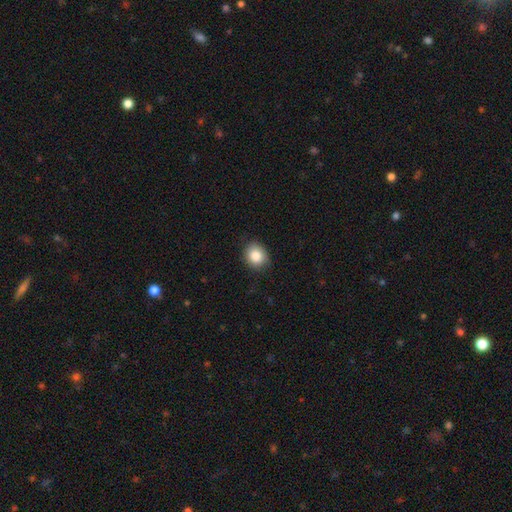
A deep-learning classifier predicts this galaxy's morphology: The model was most divided on "how rounded": round: 67%, in between: 32%, cigar-shaped: 1%. More confident: smooth or featured — smooth (85%); merging — none (80%).